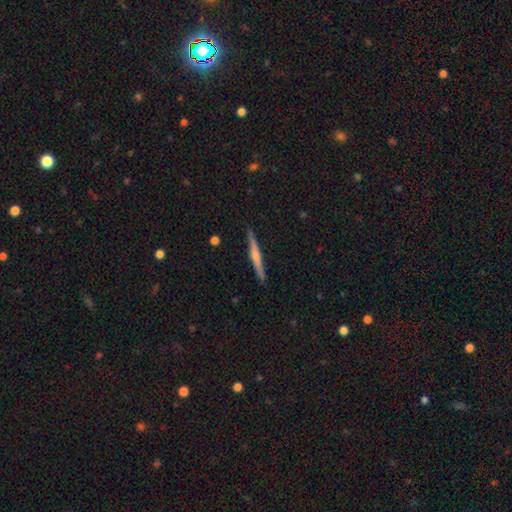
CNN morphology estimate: A featured or disk galaxy (56%) viewed edge-on (98%) with a rounded central bulge (57%). Merging: none (89%).